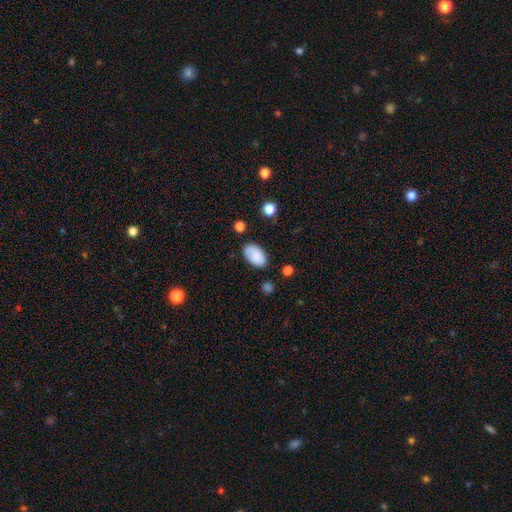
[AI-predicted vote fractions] The model was most divided on "merging": none: 74%, minor disturbance: 18%, major disturbance: 4%, merger: 3%. More confident: how rounded — in between (94%); smooth or featured — smooth (81%).